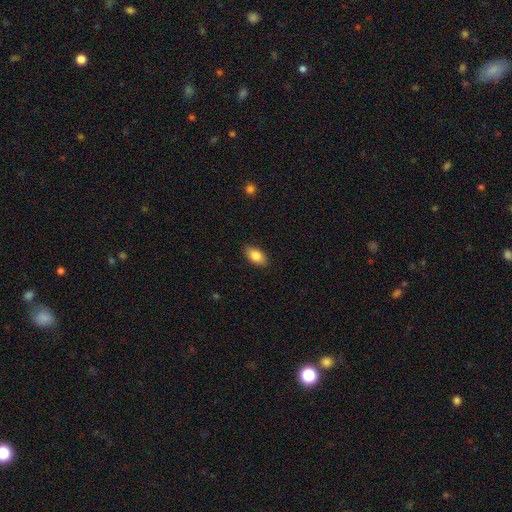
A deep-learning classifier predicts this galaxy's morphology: Smooth or featured?
  - smooth: 84% *
  - featured or disk: 8%
  - star or artifact: 7%
How rounded?
  - in between: 91% *
  - round: 5%
  - cigar-shaped: 4%
Merging?
  - none: 87% *
  - minor disturbance: 9%
  - major disturbance: 2%
  - merger: 1%